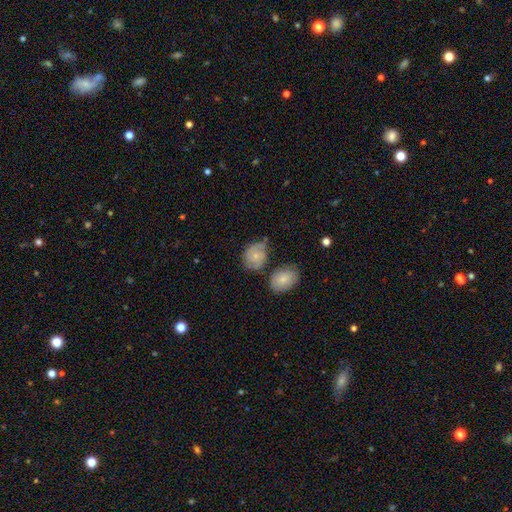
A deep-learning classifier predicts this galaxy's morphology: Overall: smooth (59%; featured or disk 34%). How rounded: round (52%; in between 47%). Merging: none (50%; minor disturbance 27%).